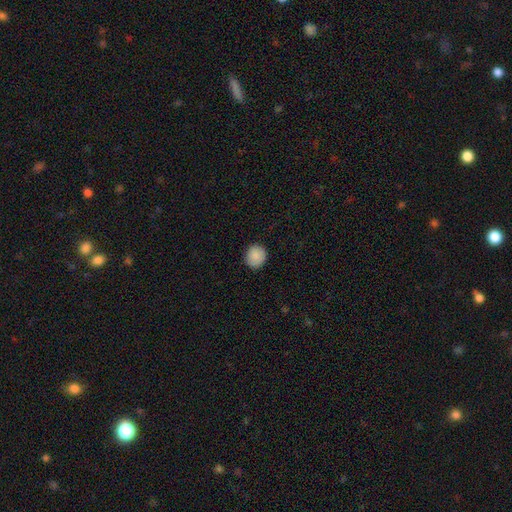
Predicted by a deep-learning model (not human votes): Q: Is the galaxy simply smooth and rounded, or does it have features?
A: smooth — 88%.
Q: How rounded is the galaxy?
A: round — 84%.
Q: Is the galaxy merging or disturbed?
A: none — 87%.